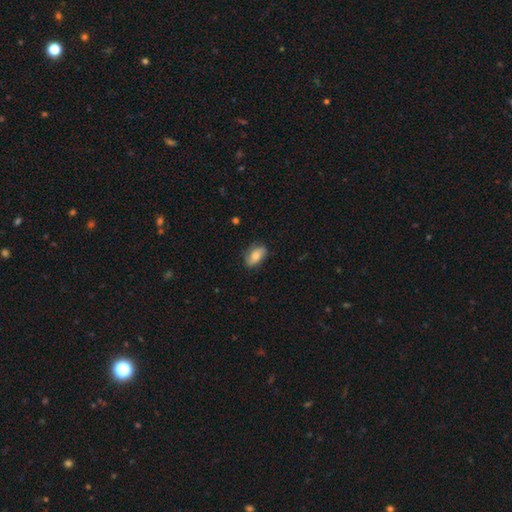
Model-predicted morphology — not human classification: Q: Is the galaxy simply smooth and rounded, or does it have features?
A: smooth — 63%.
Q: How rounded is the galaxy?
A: in between — 89%.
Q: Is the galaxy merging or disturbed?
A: none — 73%.